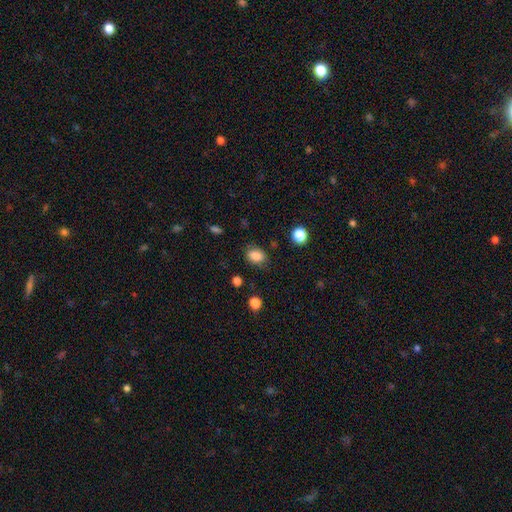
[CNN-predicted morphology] This appears to be a smooth galaxy with no disk features (85%) that is in between round and cigar-shaped (69%). Merging: none (78%).